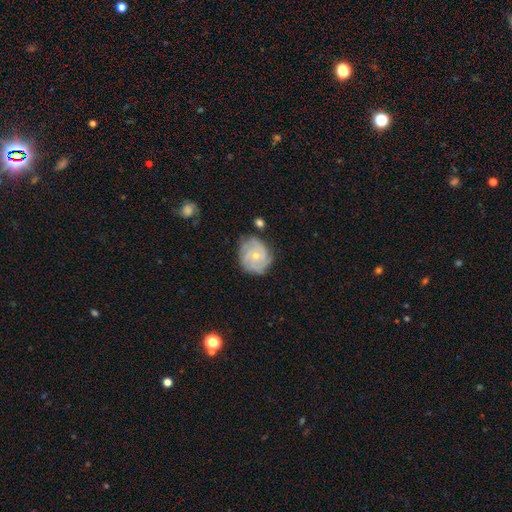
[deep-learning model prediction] Overall: featured or disk (82%). Edge-on disk: no (98%). Bar: no (76%). Spiral arms: yes (96%). Spiral arm count: 3 (39%; 4 21%). Spiral winding: tight (65%; medium 29%). Bulge size: small (62%; moderate 35%). Merging: none (76%).